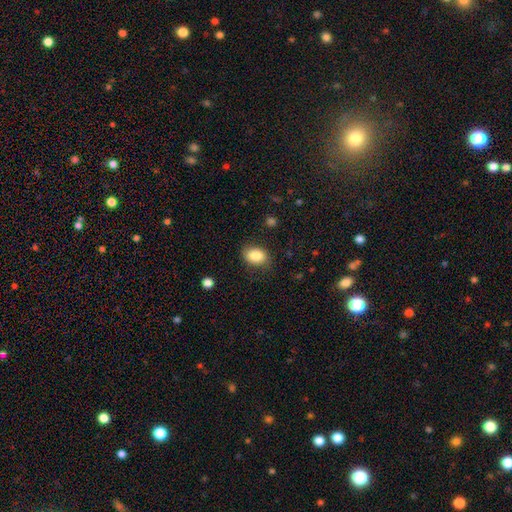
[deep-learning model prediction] Smooth or featured? smooth (85%)
How rounded? in between (73%)
Merging? none (81%)